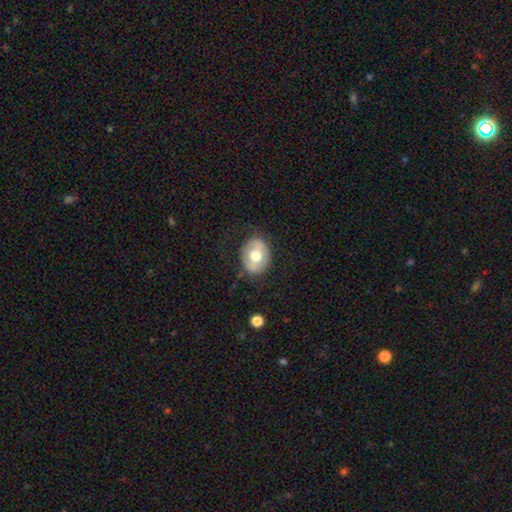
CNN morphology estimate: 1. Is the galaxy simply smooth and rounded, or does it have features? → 58% smooth, 35% featured or disk, 7% star or artifact.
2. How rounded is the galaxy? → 53% round, 46% in between, 1% cigar-shaped.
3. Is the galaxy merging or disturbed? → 78% none, 14% minor disturbance, 6% major disturbance, 1% merger.